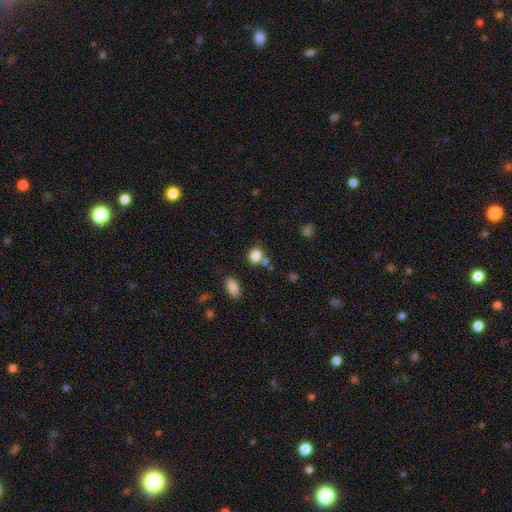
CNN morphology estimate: A smooth galaxy with no disk features (83%) that is round (73%).

Vote fractions:
- Smooth or featured? smooth: 83% / star or artifact: 11% / featured or disk: 5%
- How rounded? round: 73% / in between: 26% / cigar-shaped: 1%
- Merging? none: 67% / merger: 16% / minor disturbance: 12% / major disturbance: 4%